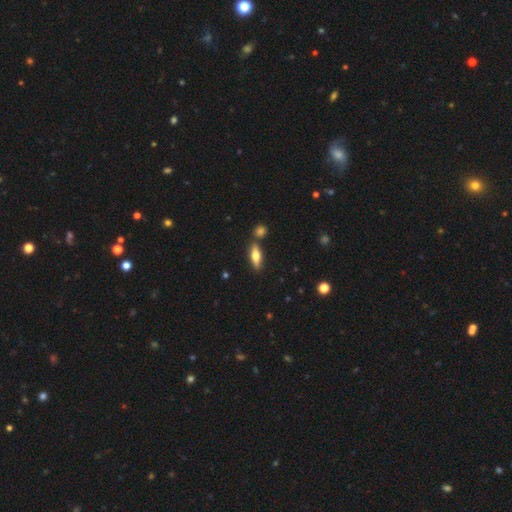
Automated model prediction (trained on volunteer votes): This is possibly a smooth galaxy (58%). How rounded: possibly in between (52%). Merging: likely none (78%).